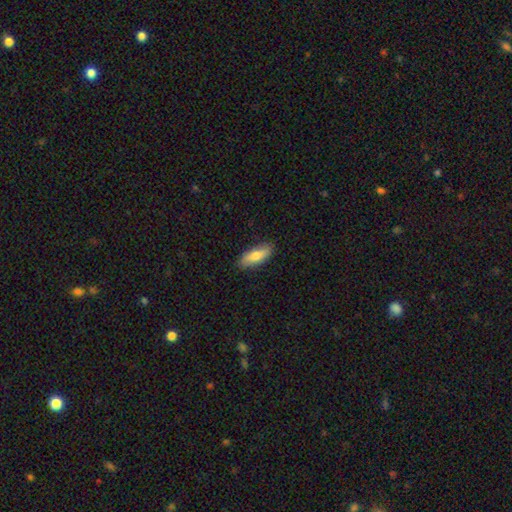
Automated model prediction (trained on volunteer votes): Q: Smooth or featured?
A: smooth (74%); runner-up: featured or disk (20%)
Q: How rounded?
A: in between (66%); runner-up: cigar-shaped (31%)
Q: Merging?
A: none (86%); runner-up: minor disturbance (11%)